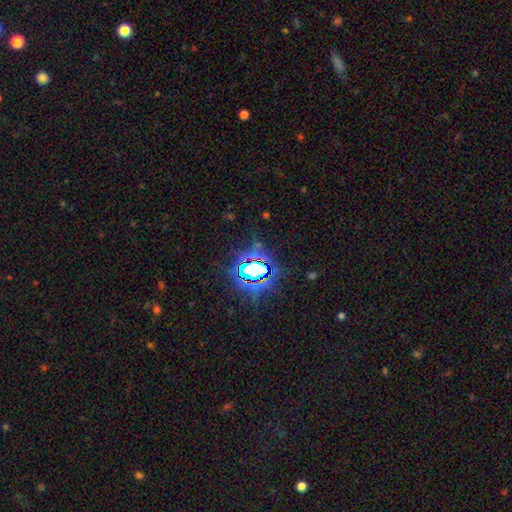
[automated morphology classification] Q: Smooth or featured?
A: star or artifact (81%); runner-up: smooth (12%)